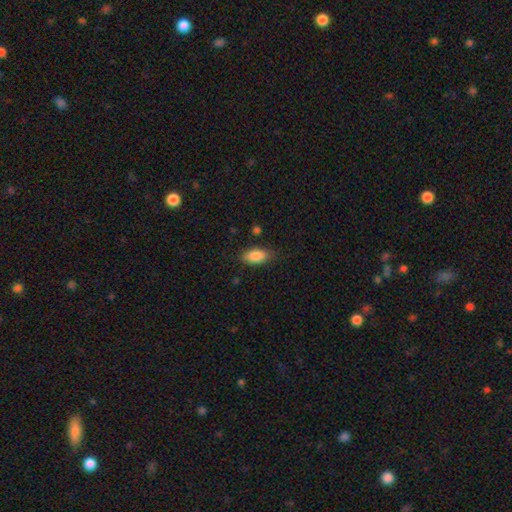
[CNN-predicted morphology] The model was most divided on "merging": none: 80%, minor disturbance: 15%, major disturbance: 3%, merger: 2%. More confident: how rounded — in between (90%); smooth or featured — smooth (87%).